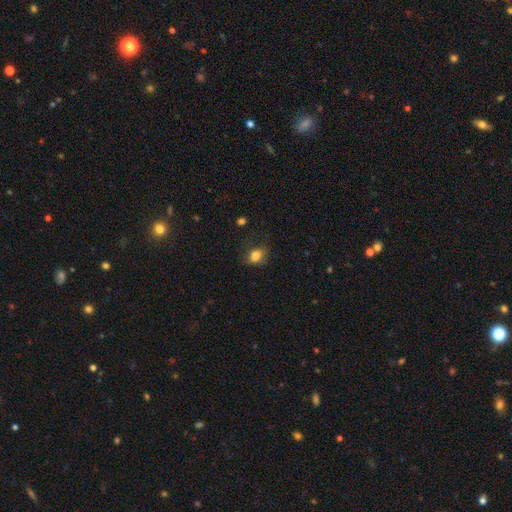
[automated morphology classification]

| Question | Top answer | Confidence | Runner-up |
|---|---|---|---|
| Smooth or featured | smooth | 81% | star or artifact (11%) |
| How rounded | in between | 63% | round (36%) |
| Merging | none | 66% | minor disturbance (23%) |